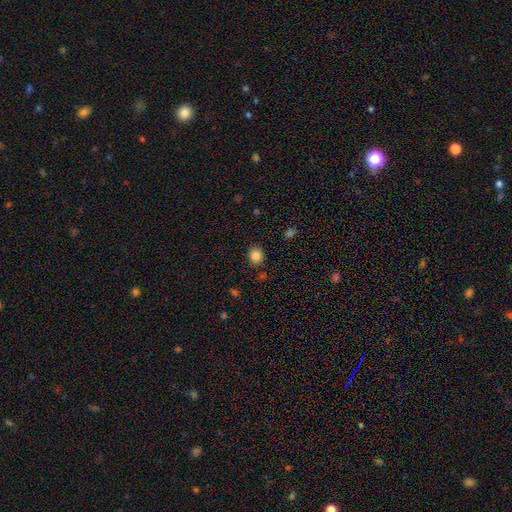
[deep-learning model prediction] Smooth or featured?
  - smooth: 85% *
  - star or artifact: 11%
  - featured or disk: 4%
How rounded?
  - round: 80% *
  - in between: 19%
  - cigar-shaped: 1%
Merging?
  - none: 88% *
  - minor disturbance: 8%
  - major disturbance: 2%
  - merger: 2%